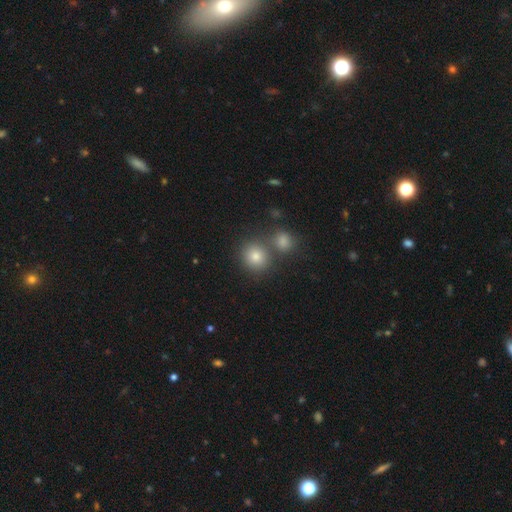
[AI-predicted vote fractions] Q: Smooth or featured?
A: smooth (78%); runner-up: star or artifact (14%)
Q: How rounded?
A: round (87%); runner-up: in between (12%)
Q: Merging?
A: none (62%); runner-up: merger (28%)